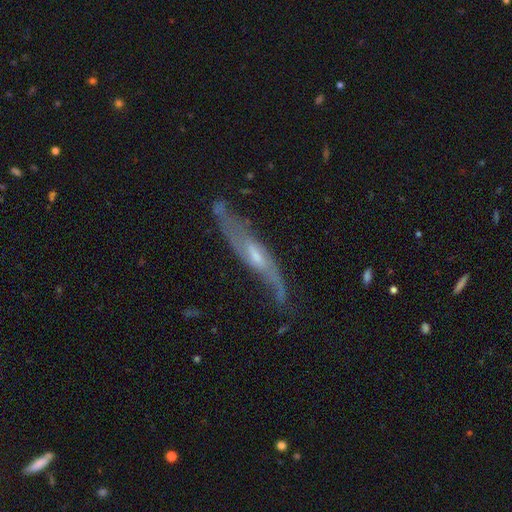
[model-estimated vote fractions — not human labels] Morphology: type=featured or disk (79%); edge-on=no (52%); merging=none (65%).